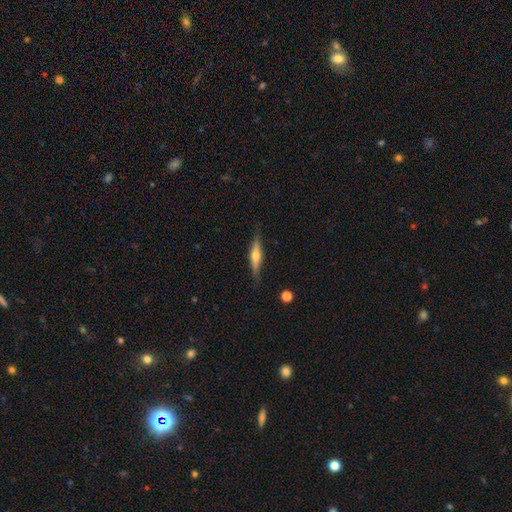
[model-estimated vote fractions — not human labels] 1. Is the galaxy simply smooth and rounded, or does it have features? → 64% featured or disk, 30% smooth, 6% star or artifact.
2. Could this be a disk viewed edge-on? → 96% yes, 4% no.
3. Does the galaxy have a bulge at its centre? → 91% rounded, 5% none, 4% boxy.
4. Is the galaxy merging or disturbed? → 84% none, 12% minor disturbance, 2% major disturbance, 1% merger.